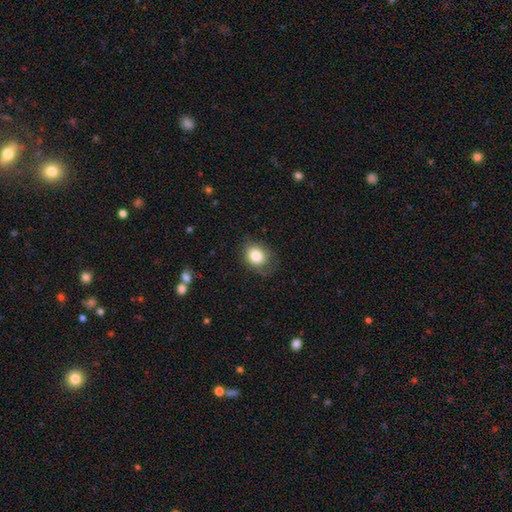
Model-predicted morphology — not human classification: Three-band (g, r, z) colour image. It shows a smooth galaxy with no disk features (80%) that is round (51%). Merging: none (67%).